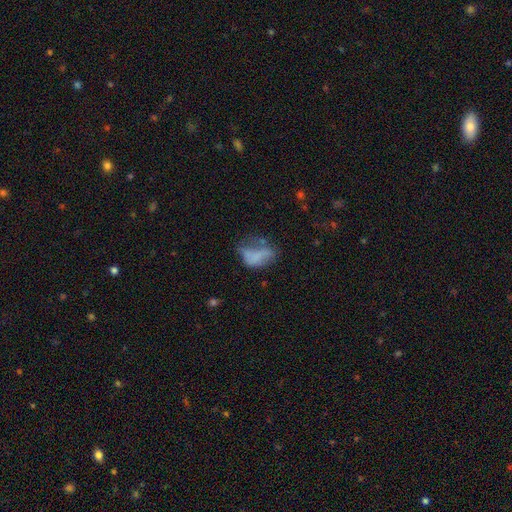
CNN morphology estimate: Smooth or featured: smooth — 57% (featured or disk — 30%)
How rounded: in between — 85% (round — 12%)
Merging: major disturbance — 38% (none — 26%)